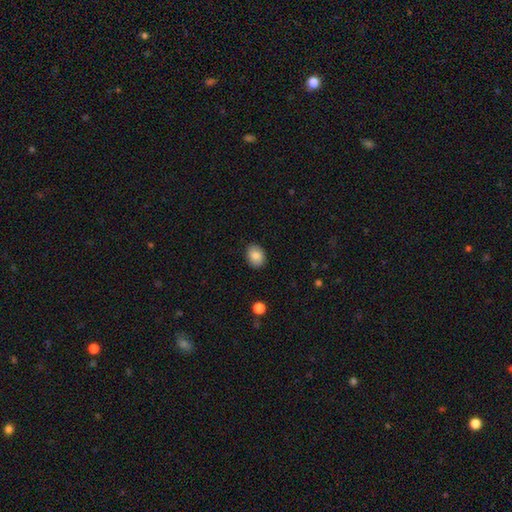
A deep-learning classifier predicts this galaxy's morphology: A smooth galaxy with no disk features (86%) that is in between round and cigar-shaped (67%). Merging: none (87%).